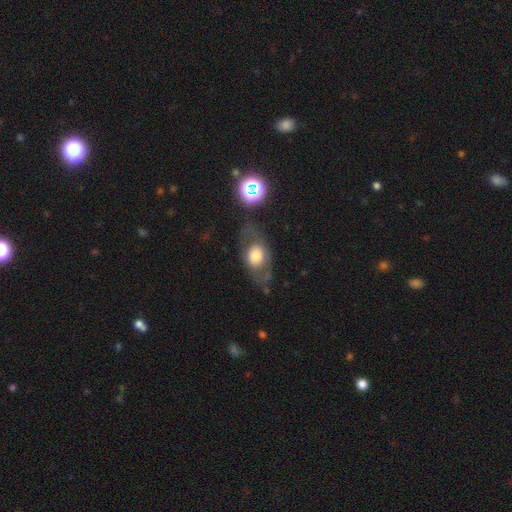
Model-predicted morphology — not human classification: Overall: smooth (51%; featured or disk 40%). How rounded: in between (65%; round 32%). Merging: none (65%).